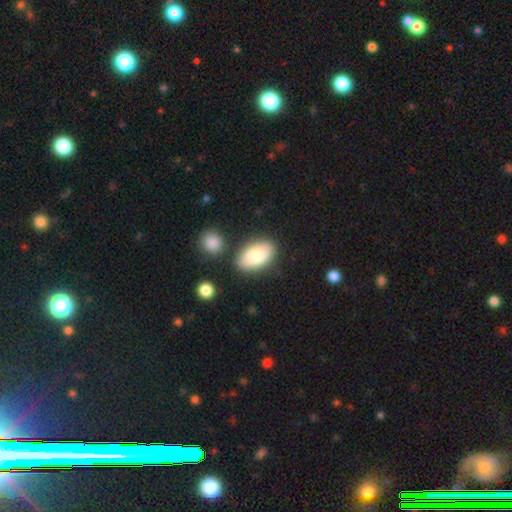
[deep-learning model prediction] smooth_or_featured: smooth (p=0.80) [alt: featured or disk p=0.14]
how_rounded: in between (p=0.92) [alt: round p=0.06]
merging: none (p=0.78) [alt: minor disturbance p=0.12]